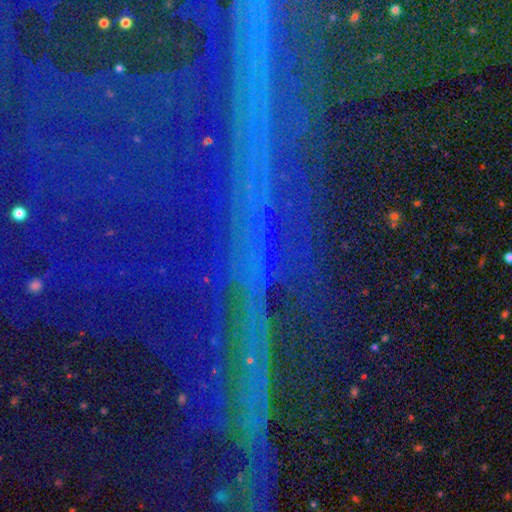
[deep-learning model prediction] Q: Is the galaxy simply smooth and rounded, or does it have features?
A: star or artifact — 88%.